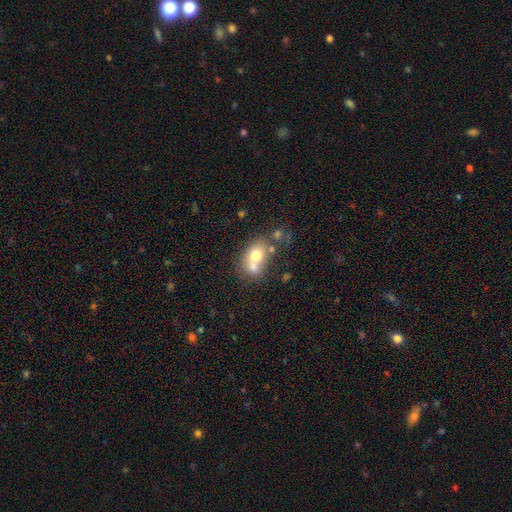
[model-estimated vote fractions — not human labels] Overall: smooth (66%). How rounded: in between (55%; round 43%). Merging: merger (60%; none 26%).